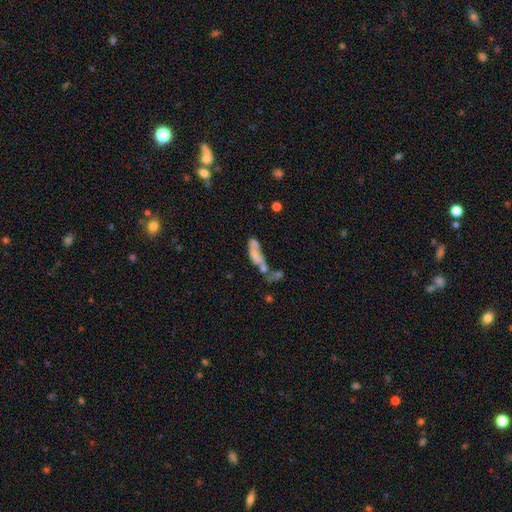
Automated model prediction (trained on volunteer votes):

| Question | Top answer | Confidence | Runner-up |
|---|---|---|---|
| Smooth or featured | smooth | 51% | featured or disk (37%) |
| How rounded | in between | 60% | cigar-shaped (36%) |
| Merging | merger | 54% | major disturbance (20%) |